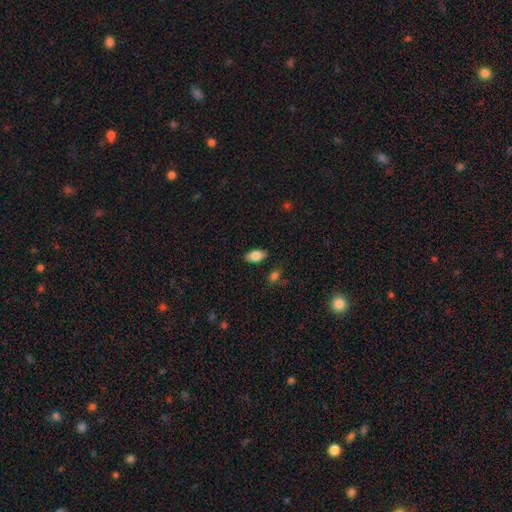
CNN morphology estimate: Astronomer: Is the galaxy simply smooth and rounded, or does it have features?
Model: smooth — 80%.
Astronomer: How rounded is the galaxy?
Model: in between — 91%.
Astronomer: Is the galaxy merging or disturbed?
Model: none — 85%.